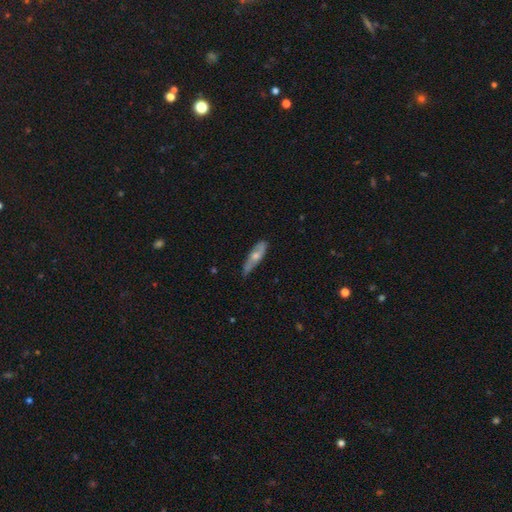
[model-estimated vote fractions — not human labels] Smooth or featured?
  - featured or disk: 49% *
  - smooth: 45%
  - star or artifact: 7%
Merging?
  - none: 72% *
  - minor disturbance: 23%
  - major disturbance: 3%
  - merger: 1%